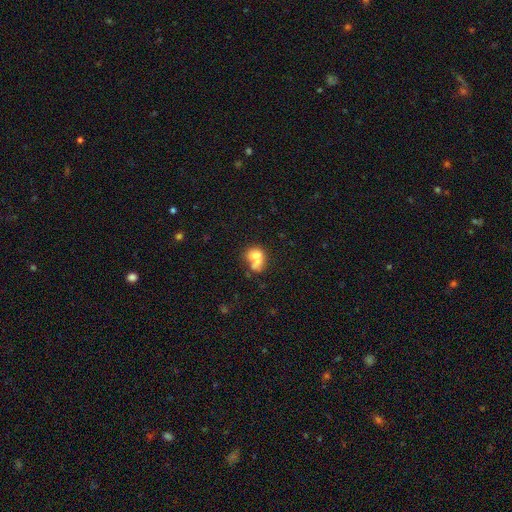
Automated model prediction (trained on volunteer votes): This is likely a smooth galaxy (66%). How rounded: possibly round (55%). Merging: likely merger (61%).